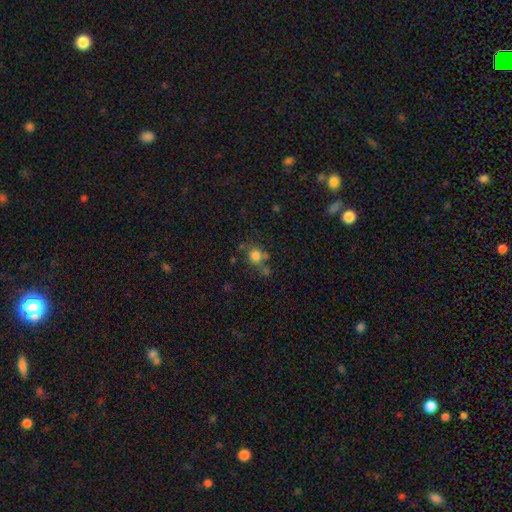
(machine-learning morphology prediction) Smooth or featured: smooth — 78% (star or artifact — 13%)
How rounded: round — 83% (in between — 16%)
Merging: none — 59% (merger — 19%)